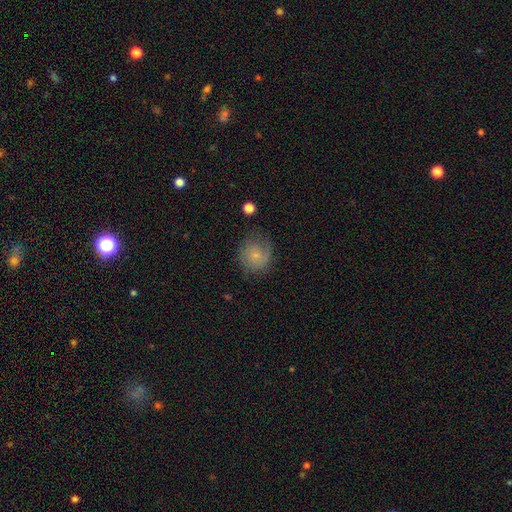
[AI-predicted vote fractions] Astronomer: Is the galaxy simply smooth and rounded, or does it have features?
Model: smooth — 67%.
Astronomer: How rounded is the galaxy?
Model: round — 83%.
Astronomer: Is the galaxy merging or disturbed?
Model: none — 65%.